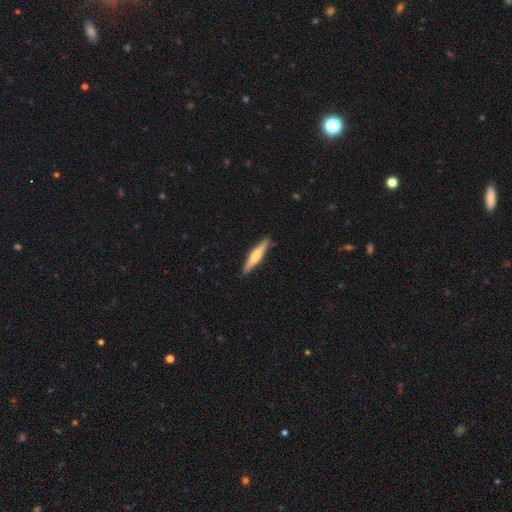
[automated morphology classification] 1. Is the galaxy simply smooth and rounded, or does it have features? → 48% featured or disk, 47% smooth, 5% star or artifact.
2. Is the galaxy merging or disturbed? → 88% none, 9% minor disturbance, 2% major disturbance, 1% merger.